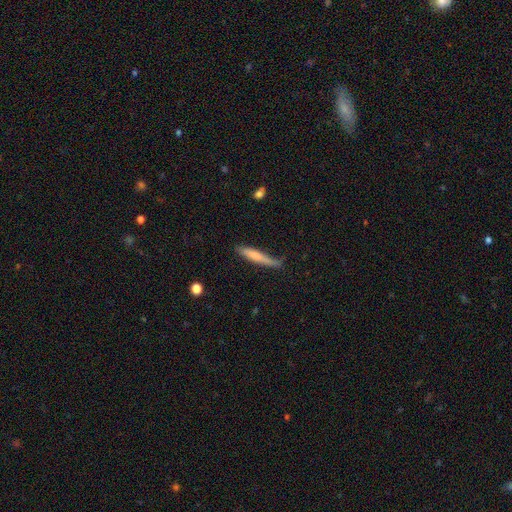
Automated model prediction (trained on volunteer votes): Smooth or featured? smooth (68%)
How rounded? cigar-shaped (92%)
Merging? none (60%)